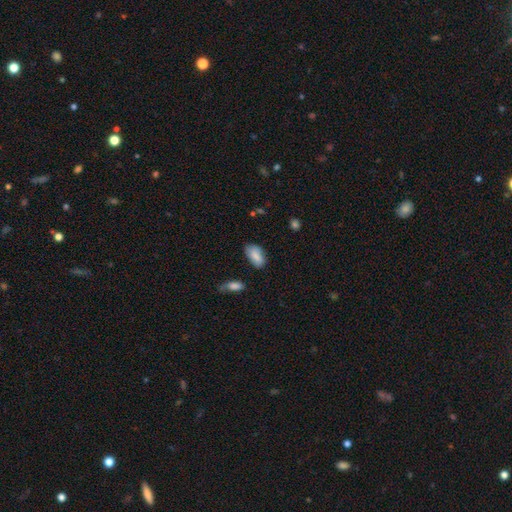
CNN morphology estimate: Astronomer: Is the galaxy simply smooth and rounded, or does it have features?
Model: smooth — 82%.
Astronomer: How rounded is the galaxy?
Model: in between — 93%.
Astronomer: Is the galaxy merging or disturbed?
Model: none — 67%.